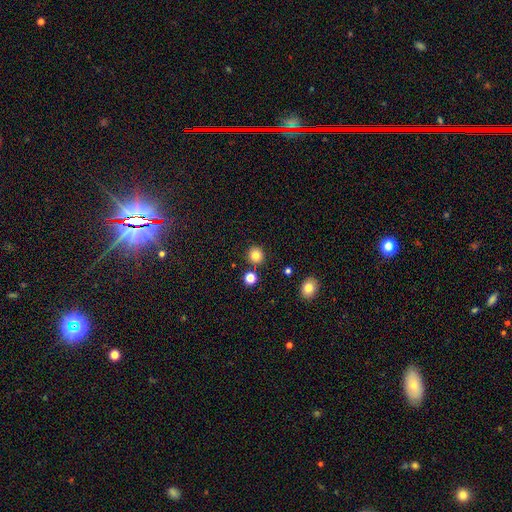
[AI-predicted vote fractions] smooth-or-featured: smooth: 82% | star or artifact: 12% | featured or disk: 6%
  how-rounded: round: 89% | in between: 10% | cigar-shaped: 1%
  merging: none: 87% | minor disturbance: 7% | merger: 5% | major disturbance: 2%